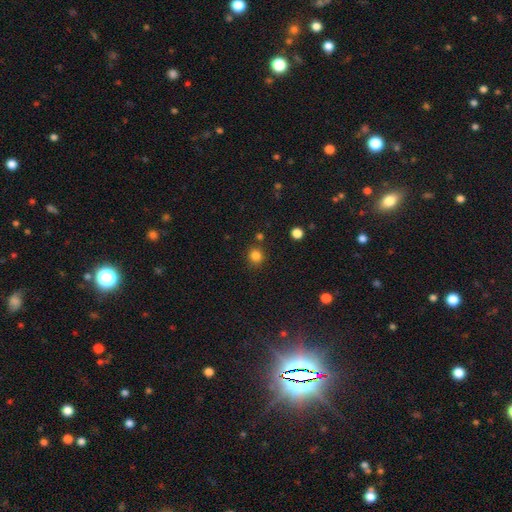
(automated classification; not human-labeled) The model was most divided on "smooth or featured": smooth: 83%, star or artifact: 13%, featured or disk: 4%. More confident: how rounded — round (88%); merging — none (83%).